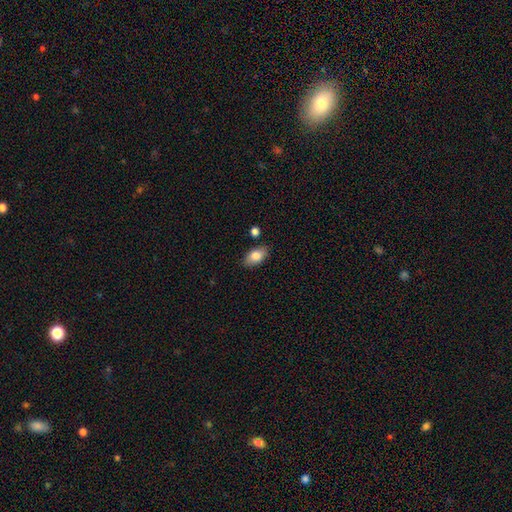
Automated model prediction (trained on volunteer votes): A smooth galaxy with no disk features (83%) that is in between round and cigar-shaped (91%). Merging: none (83%).